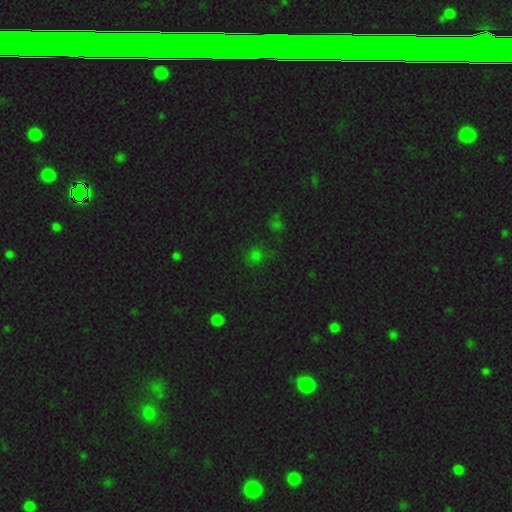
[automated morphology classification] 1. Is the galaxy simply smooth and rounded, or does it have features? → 57% smooth, 38% star or artifact, 6% featured or disk.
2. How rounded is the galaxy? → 83% round, 16% in between, 1% cigar-shaped.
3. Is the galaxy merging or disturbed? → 75% none, 14% minor disturbance, 6% major disturbance, 5% merger.